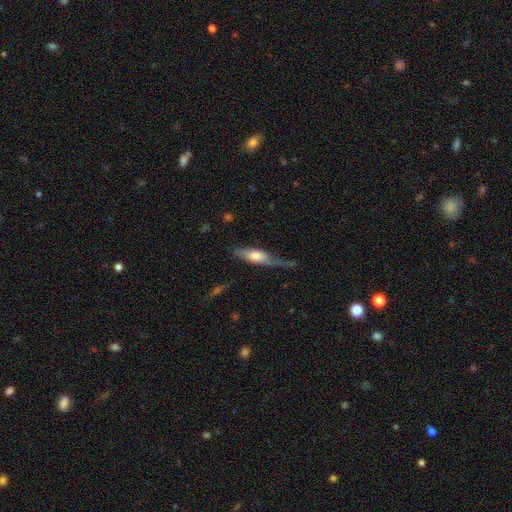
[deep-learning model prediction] A smooth galaxy with no disk features (52%) that is cigar-shaped (58%).

Vote fractions:
- Smooth or featured? smooth: 52% / featured or disk: 41% / star or artifact: 6%
- How rounded? cigar-shaped: 58% / in between: 40% / round: 3%
- Merging? none: 42% / minor disturbance: 33% / major disturbance: 20% / merger: 5%